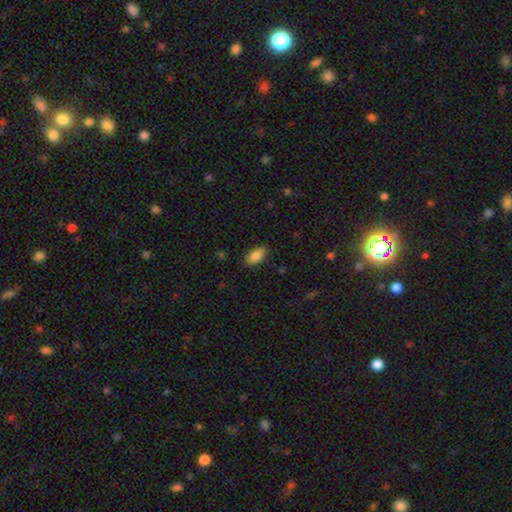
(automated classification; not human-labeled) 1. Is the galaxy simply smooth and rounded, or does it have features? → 86% smooth, 7% star or artifact, 7% featured or disk.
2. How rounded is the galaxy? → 92% in between, 4% cigar-shaped, 4% round.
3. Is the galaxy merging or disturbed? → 85% none, 12% minor disturbance, 2% major disturbance, 1% merger.